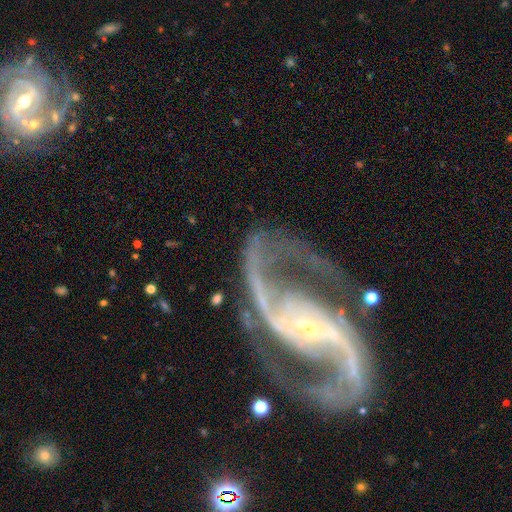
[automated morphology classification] featured or disk 93%, star or artifact 5%, smooth 2%. Down the decision tree: edge-on disk — no (98%); bar — strong (46%); spiral arms — yes (98%); spiral arm count — 2 (92%); spiral winding — medium (49%); bulge size — small (85%); merging — none (69%).